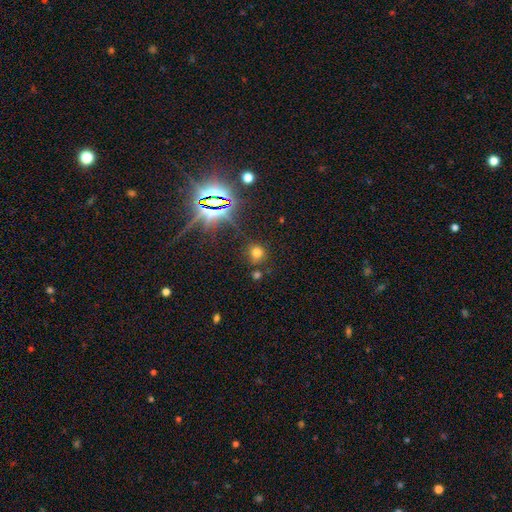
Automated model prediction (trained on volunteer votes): Smooth or featured? star or artifact (49%)